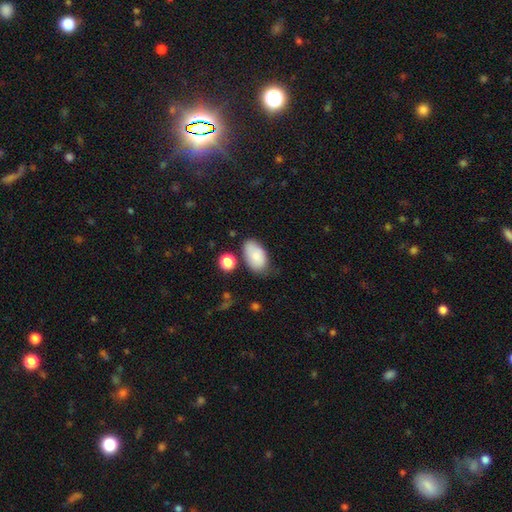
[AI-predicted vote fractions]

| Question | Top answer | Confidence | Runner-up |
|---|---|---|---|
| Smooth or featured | smooth | 79% | featured or disk (13%) |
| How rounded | in between | 93% | round (6%) |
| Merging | none | 59% | minor disturbance (27%) |